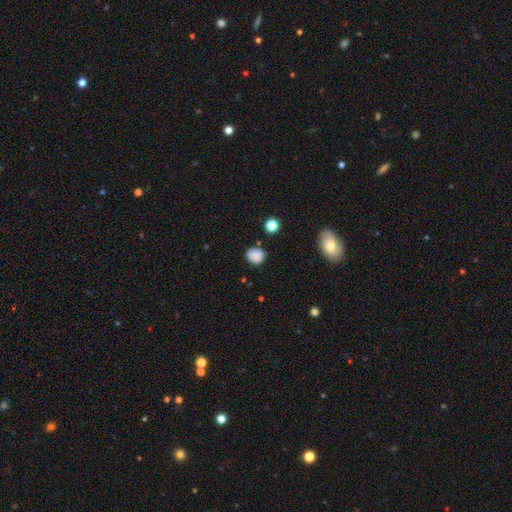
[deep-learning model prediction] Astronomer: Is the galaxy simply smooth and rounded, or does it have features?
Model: smooth — 81%.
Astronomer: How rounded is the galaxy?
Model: round — 75%.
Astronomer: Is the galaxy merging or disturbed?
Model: none — 71%.